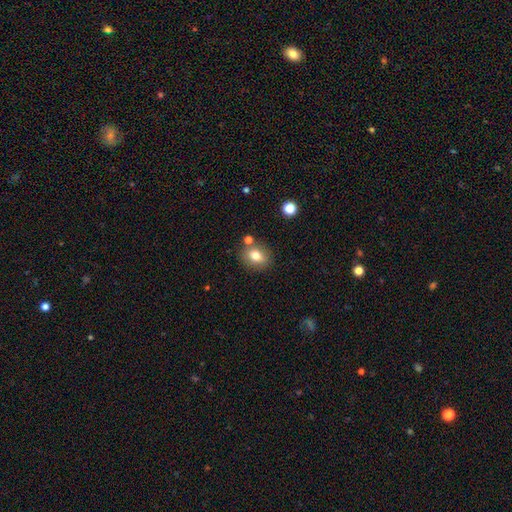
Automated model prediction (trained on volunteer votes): A smooth galaxy with no disk features (77%) that is in between round and cigar-shaped (50%).

Vote fractions:
- Smooth or featured? smooth: 77% / featured or disk: 12% / star or artifact: 11%
- How rounded? in between: 50% / round: 49% / cigar-shaped: 1%
- Merging? none: 76% / minor disturbance: 12% / merger: 9% / major disturbance: 3%